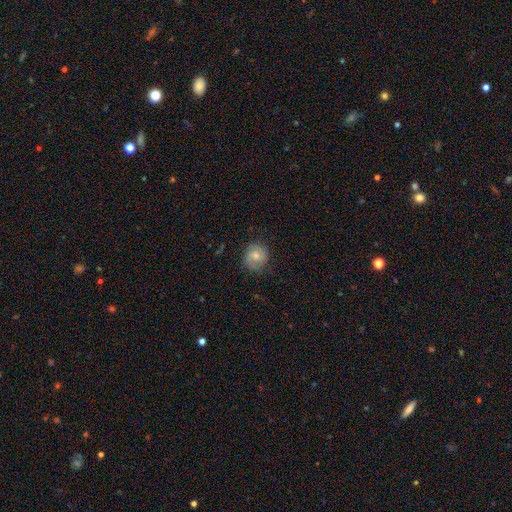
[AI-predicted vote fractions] This is possibly a smooth galaxy (49%). Merging: likely none (76%).